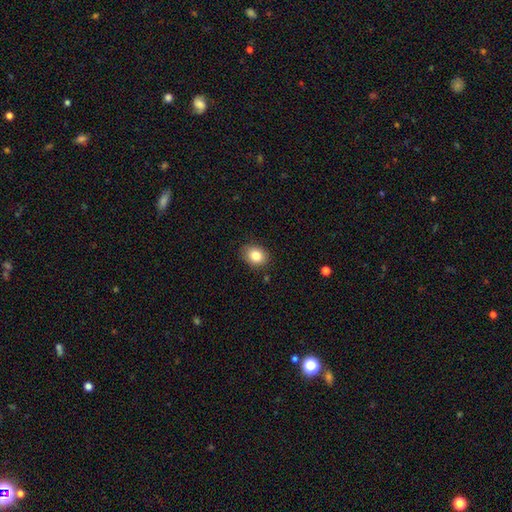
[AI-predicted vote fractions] A smooth galaxy with no disk features (83%) that is in between round and cigar-shaped (57%).

Vote fractions:
- Smooth or featured? smooth: 83% / star or artifact: 9% / featured or disk: 8%
- How rounded? in between: 57% / round: 42% / cigar-shaped: 1%
- Merging? none: 85% / minor disturbance: 11% / major disturbance: 2% / merger: 1%